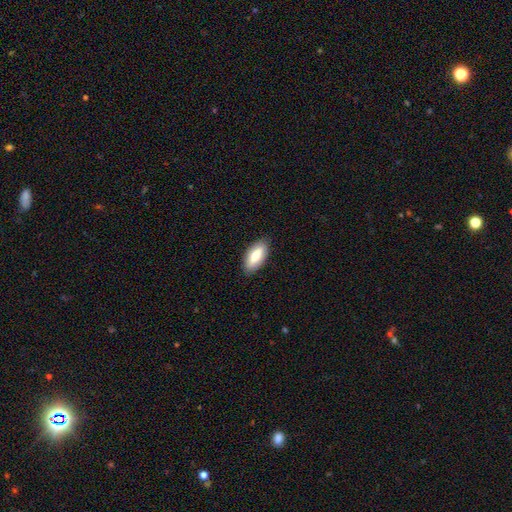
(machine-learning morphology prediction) This appears to be a smooth galaxy with no disk features (75%) that is in between round and cigar-shaped (86%). Merging: none (87%).